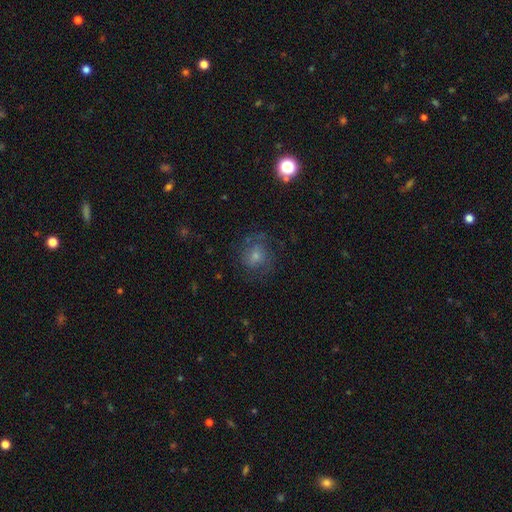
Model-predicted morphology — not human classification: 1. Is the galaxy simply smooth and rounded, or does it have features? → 47% featured or disk, 33% smooth, 20% star or artifact.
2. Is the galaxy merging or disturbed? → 71% none, 16% minor disturbance, 11% major disturbance, 1% merger.